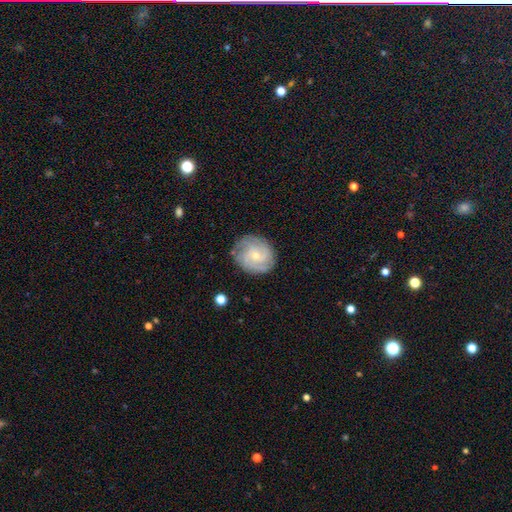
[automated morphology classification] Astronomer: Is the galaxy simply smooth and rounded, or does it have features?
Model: featured or disk — 80%.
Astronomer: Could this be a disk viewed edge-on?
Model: no — 98%.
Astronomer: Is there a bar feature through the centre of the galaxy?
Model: no — 72%.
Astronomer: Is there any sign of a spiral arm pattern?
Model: yes — 95%.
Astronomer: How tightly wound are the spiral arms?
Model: tight — 66%.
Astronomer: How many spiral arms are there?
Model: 3 — 30% (runner-up: can't tell, 25%).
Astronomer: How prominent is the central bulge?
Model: small — 71%.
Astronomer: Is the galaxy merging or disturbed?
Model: none — 79%.